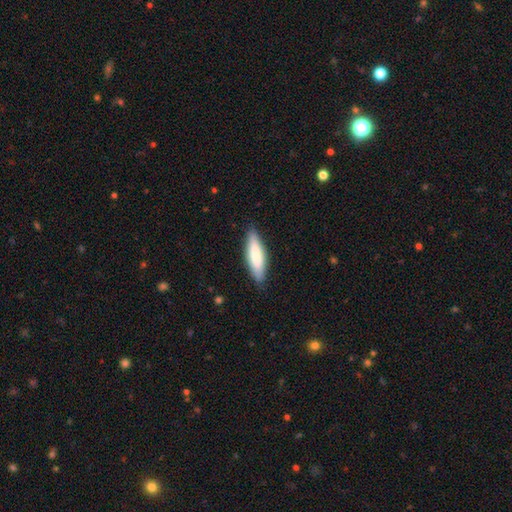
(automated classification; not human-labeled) Smooth or featured? smooth (76%)
How rounded? cigar-shaped (63%)
Merging? none (85%)